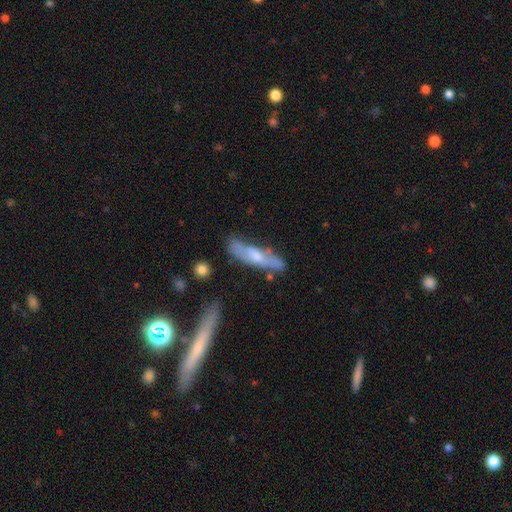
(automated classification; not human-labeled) This is possibly a featured or disk galaxy (48%). Merging: likely none (68%).